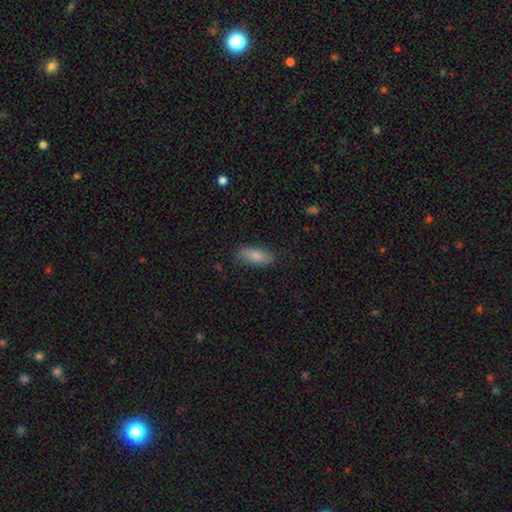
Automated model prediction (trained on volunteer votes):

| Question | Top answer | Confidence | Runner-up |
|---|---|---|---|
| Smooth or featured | smooth | 80% | featured or disk (14%) |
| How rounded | in between | 76% | cigar-shaped (21%) |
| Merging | none | 80% | minor disturbance (15%) |